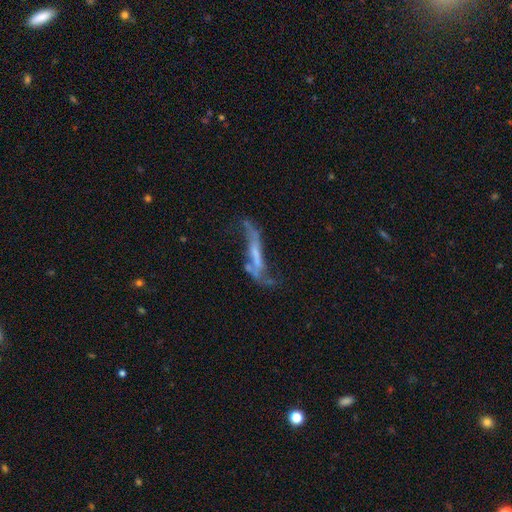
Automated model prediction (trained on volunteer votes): smooth-or-featured: featured or disk: 70% | smooth: 20% | star or artifact: 10%
  disk-edge-on: no: 67% | yes: 33%
  merging: none: 33% | major disturbance: 32% | minor disturbance: 20% | merger: 15%